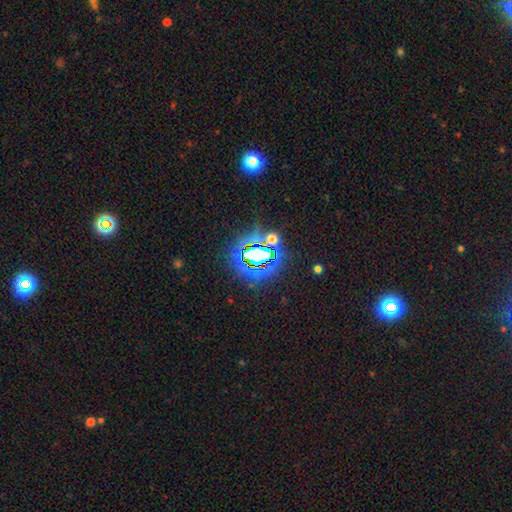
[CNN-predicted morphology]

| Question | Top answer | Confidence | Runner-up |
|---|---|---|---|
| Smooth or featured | star or artifact | 74% | smooth (16%) |